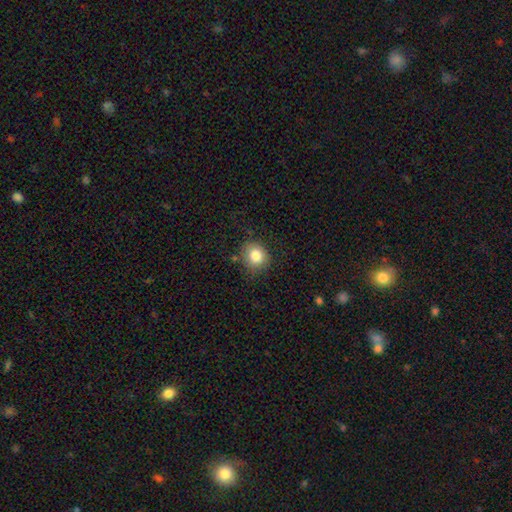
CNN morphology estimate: type=smooth (83%); roundness=round (77%); merging=none (79%).